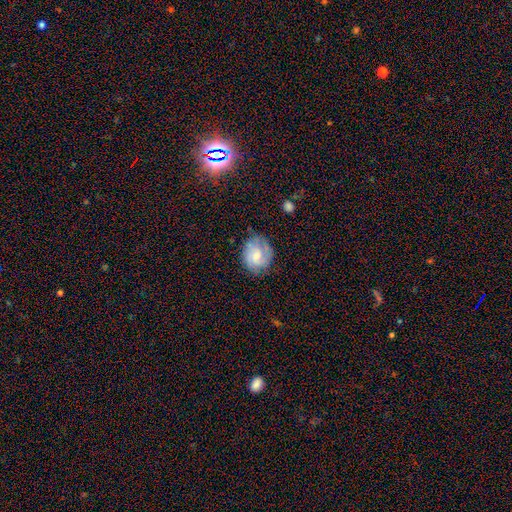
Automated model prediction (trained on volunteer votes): smooth_or_featured: featured or disk (p=0.54) [alt: smooth p=0.38]
disk_edge_on: no (p=0.97) [alt: yes p=0.03]
bar: no (p=0.58) [alt: weak p=0.37]
has_spiral_arms: yes (p=0.83) [alt: no p=0.17]
bulge_size: moderate (p=0.51) [alt: small p=0.40]
merging: none (p=0.67) [alt: minor disturbance p=0.23]